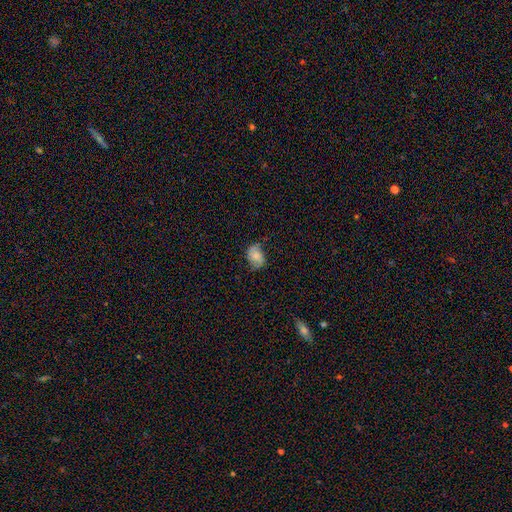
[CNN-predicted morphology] A smooth galaxy with no disk features (62%) that is in between round and cigar-shaped (74%). Merging: none (58%).